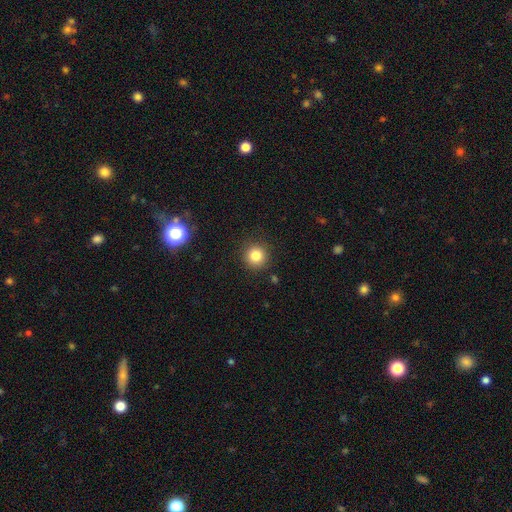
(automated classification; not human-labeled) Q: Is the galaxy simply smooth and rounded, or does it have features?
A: smooth — 82%.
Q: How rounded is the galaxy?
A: round — 94%.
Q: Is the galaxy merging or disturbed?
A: none — 90%.